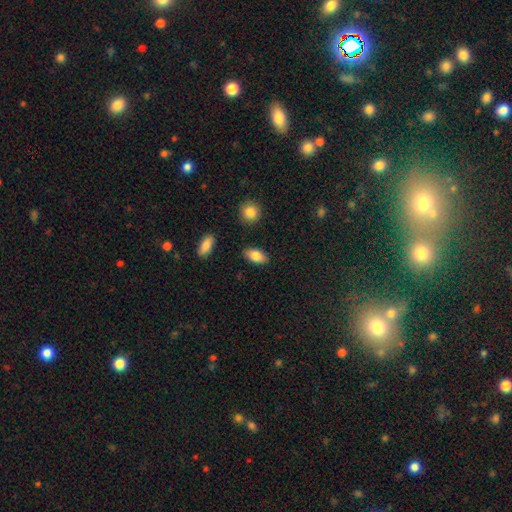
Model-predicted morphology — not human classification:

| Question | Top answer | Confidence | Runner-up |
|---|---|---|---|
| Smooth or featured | smooth | 82% | featured or disk (11%) |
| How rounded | in between | 91% | cigar-shaped (5%) |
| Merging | none | 86% | minor disturbance (9%) |